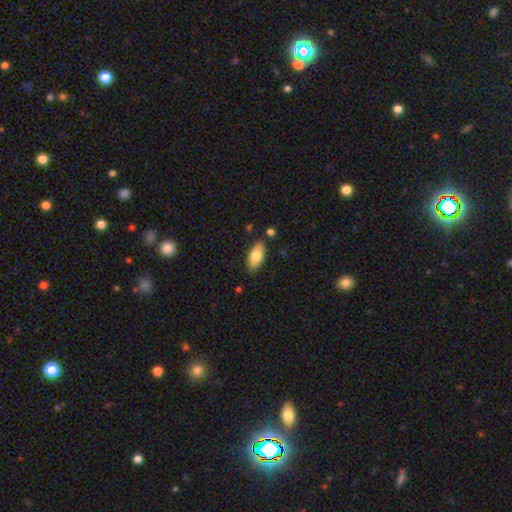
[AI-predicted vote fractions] Smooth or featured: smooth — 79% (featured or disk — 15%)
How rounded: in between — 89% (cigar-shaped — 8%)
Merging: none — 83% (minor disturbance — 12%)